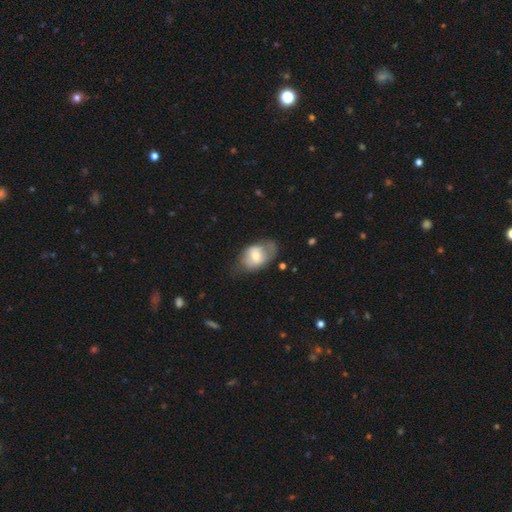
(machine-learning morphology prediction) This is possibly a smooth galaxy (54%). How rounded: likely in between (77%). Merging: possibly none (50%).